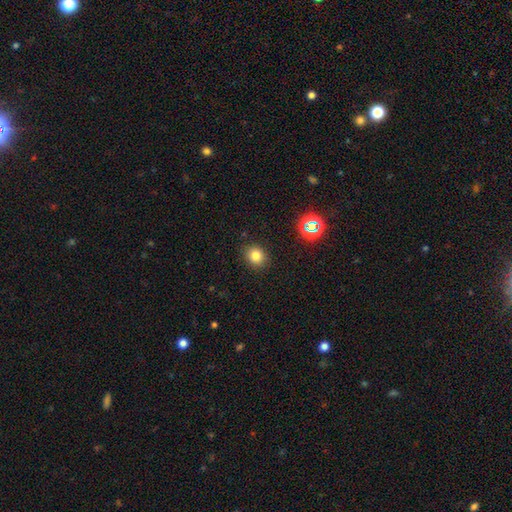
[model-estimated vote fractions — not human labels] Q: Smooth or featured?
A: smooth (78%); runner-up: star or artifact (15%)
Q: How rounded?
A: round (70%); runner-up: in between (29%)
Q: Merging?
A: none (87%); runner-up: minor disturbance (9%)